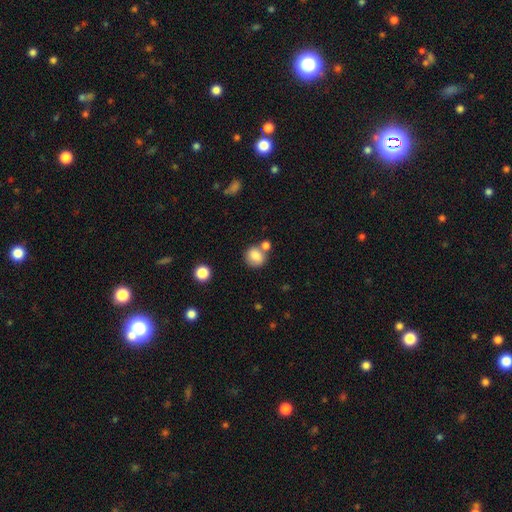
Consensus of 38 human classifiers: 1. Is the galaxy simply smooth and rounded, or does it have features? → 79% smooth, 13% featured or disk, 8% star or artifact.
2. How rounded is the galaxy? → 87% round, 13% in between, 0% cigar-shaped.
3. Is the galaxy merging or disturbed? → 49% none, 23% merger, 20% minor disturbance, 9% major disturbance.